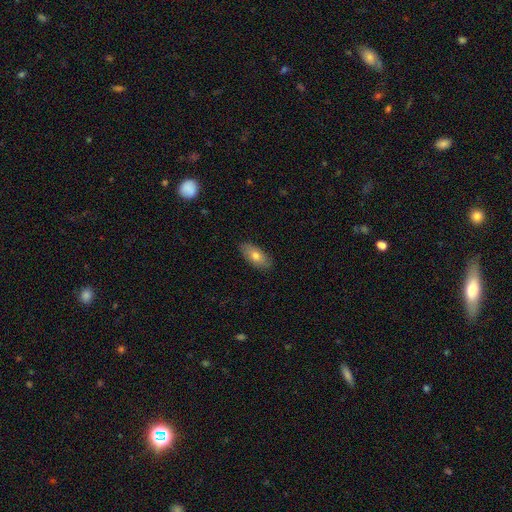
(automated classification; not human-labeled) smooth-or-featured: smooth: 74% | featured or disk: 20% | star or artifact: 6%
  how-rounded: in between: 88% | cigar-shaped: 9% | round: 3%
  merging: none: 88% | minor disturbance: 10% | major disturbance: 2% | merger: 1%